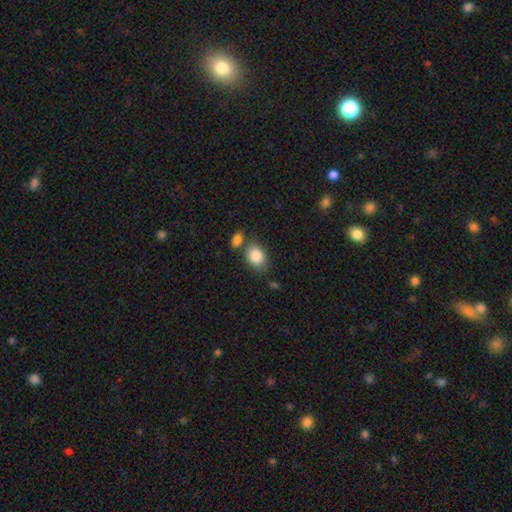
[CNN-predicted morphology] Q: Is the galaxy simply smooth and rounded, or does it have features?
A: smooth — 86%.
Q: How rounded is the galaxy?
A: in between — 65%.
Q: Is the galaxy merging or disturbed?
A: none — 62%.